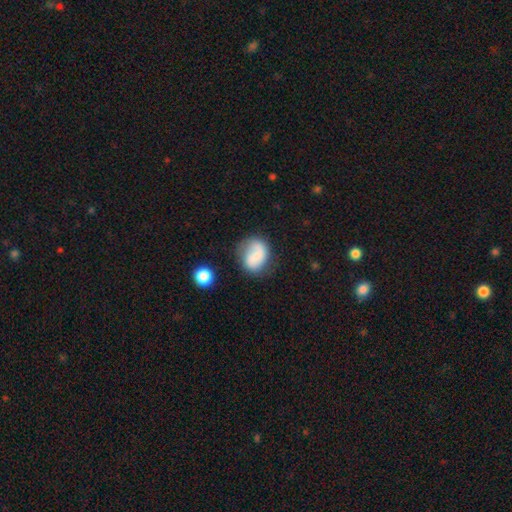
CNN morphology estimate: A smooth galaxy with no disk features (56%) that is round (51%).

Vote fractions:
- Smooth or featured? smooth: 56% / featured or disk: 36% / star or artifact: 9%
- How rounded? round: 51% / in between: 48% / cigar-shaped: 1%
- Merging? none: 56% / minor disturbance: 24% / major disturbance: 15% / merger: 5%